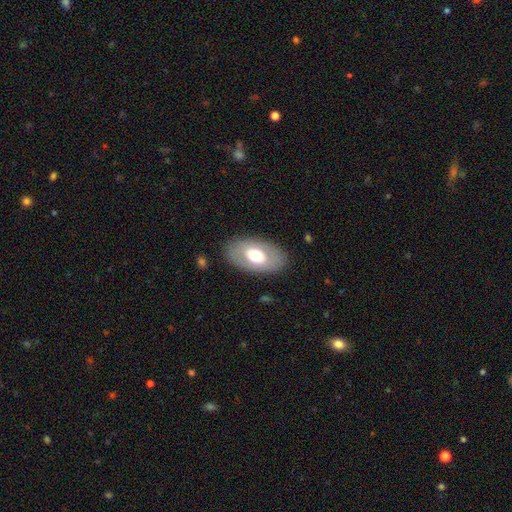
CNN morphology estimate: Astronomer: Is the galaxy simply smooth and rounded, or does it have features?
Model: smooth — 57% (runner-up: featured or disk, 37%).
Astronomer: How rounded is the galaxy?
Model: in between — 92%.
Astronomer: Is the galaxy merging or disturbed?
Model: none — 84%.